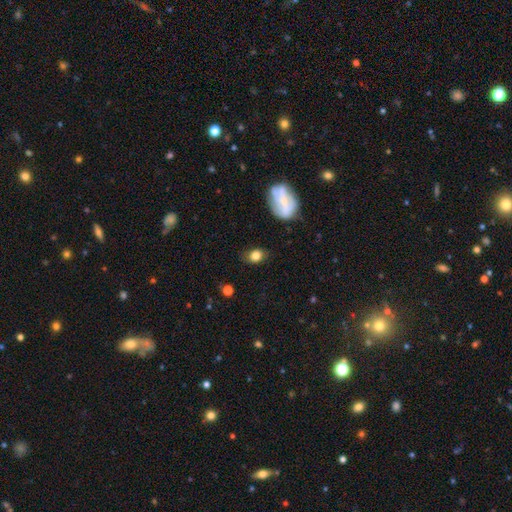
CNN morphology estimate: A smooth galaxy with no disk features (79%) that is in between round and cigar-shaped (63%). Merging: none (73%).